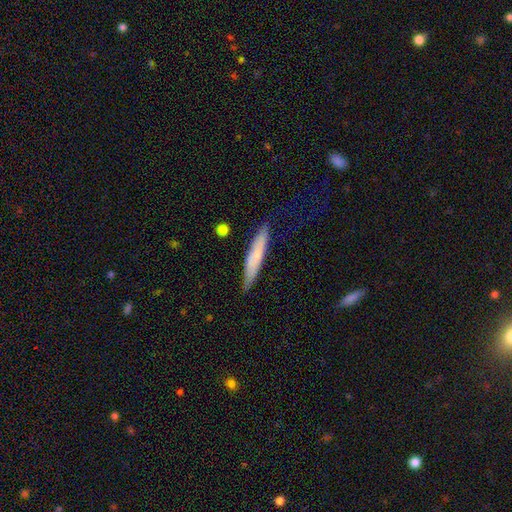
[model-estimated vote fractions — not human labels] A smooth galaxy with no disk features (64%) that is cigar-shaped (90%).

Vote fractions:
- Smooth or featured? smooth: 64% / featured or disk: 30% / star or artifact: 6%
- How rounded? cigar-shaped: 90% / in between: 9% / round: 1%
- Merging? none: 82% / minor disturbance: 14% / major disturbance: 2% / merger: 2%